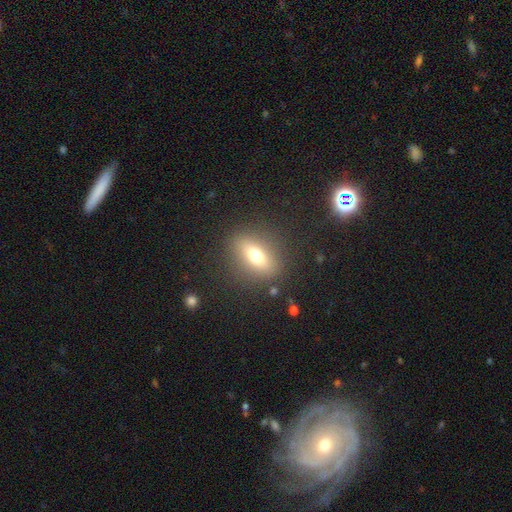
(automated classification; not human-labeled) smooth 66%, featured or disk 22%, star or artifact 12%. Down the decision tree: how rounded — in between (64%); merging — none (84%).